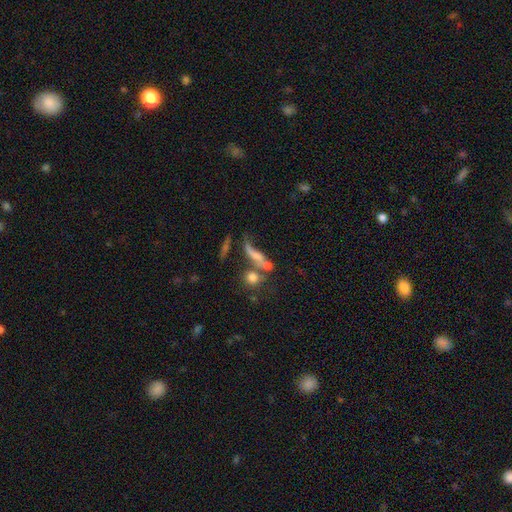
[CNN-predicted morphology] The model was most divided on "merging": merger: 35%, none: 31%, major disturbance: 19%, minor disturbance: 15%. Remaining: smooth or featured — smooth (50%).